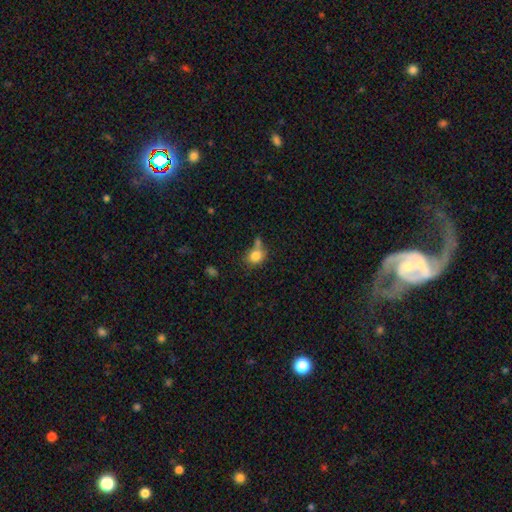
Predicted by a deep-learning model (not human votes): Overall: smooth (81%). How rounded: round (64%; in between 35%). Merging: none (53%; merger 23%).